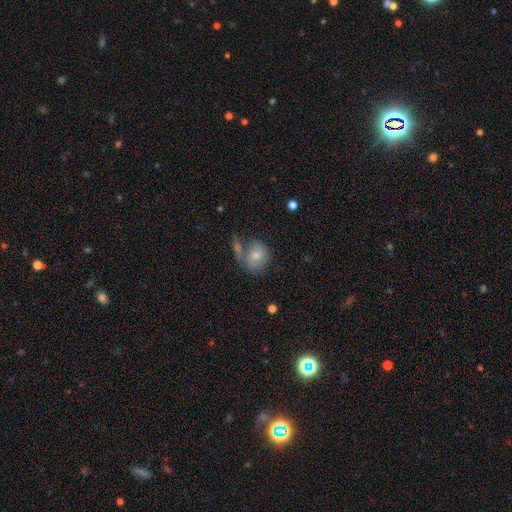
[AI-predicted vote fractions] smooth-or-featured: smooth: 64% | featured or disk: 28% | star or artifact: 8%
  how-rounded: round: 63% | in between: 36% | cigar-shaped: 1%
  merging: none: 41% | merger: 29% | minor disturbance: 19% | major disturbance: 11%